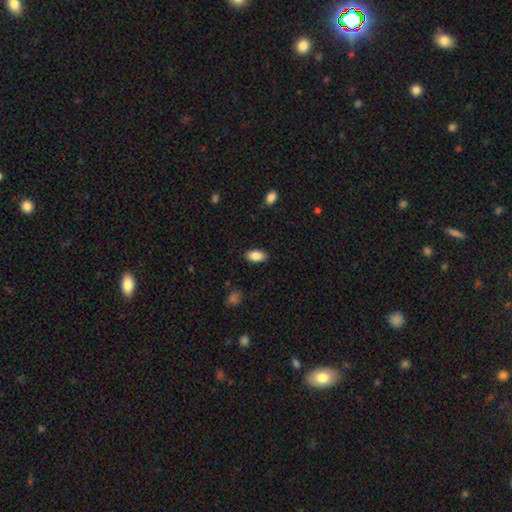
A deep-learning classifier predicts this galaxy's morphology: The model was most divided on "merging": none: 87%, minor disturbance: 10%, major disturbance: 2%, merger: 1%. More confident: how rounded — in between (93%); smooth or featured — smooth (87%).